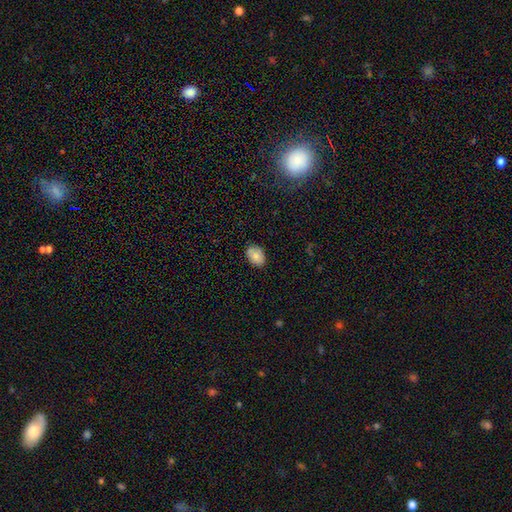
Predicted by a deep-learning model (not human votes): Overall: smooth (84%). How rounded: in between (85%). Merging: none (83%).